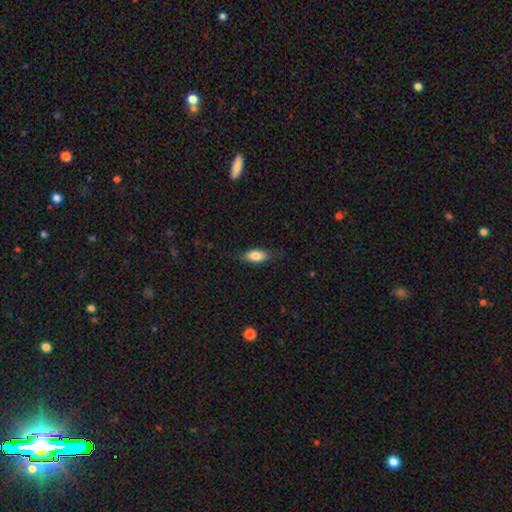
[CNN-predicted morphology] Smooth or featured? smooth (80%)
How rounded? in between (82%)
Merging? none (75%)